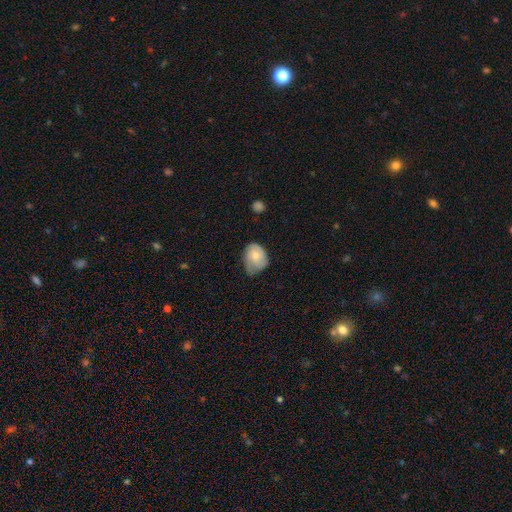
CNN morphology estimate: Overall: smooth (65%; featured or disk 29%). How rounded: in between (55%; round 44%). Merging: minor disturbance (45%; none 40%).